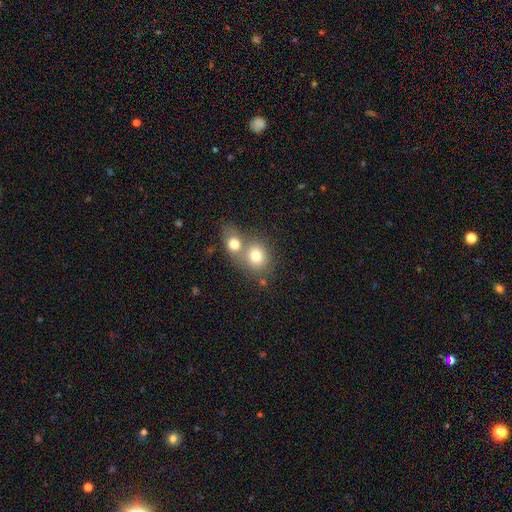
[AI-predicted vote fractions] Smooth or featured? Predicted: smooth (p=0.76). How rounded? Predicted: round (p=0.72). Merging? Predicted: merger (p=0.56).